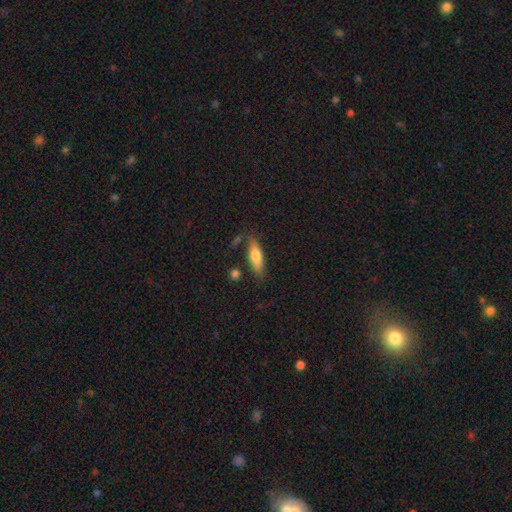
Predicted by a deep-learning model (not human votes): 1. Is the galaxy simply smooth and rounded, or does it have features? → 71% smooth, 23% featured or disk, 6% star or artifact.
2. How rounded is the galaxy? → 53% in between, 44% cigar-shaped, 3% round.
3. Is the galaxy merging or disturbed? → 76% none, 15% minor disturbance, 5% merger, 4% major disturbance.